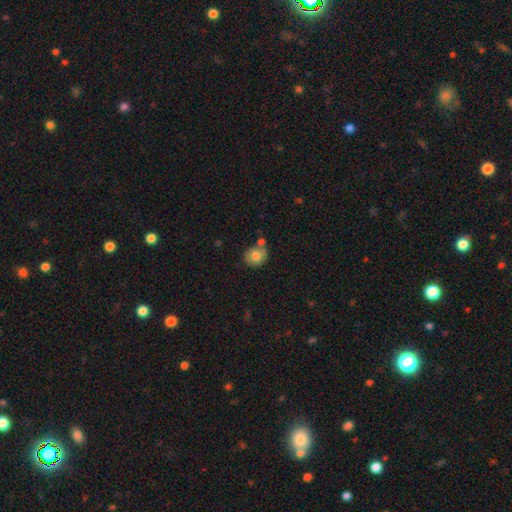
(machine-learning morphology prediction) Smooth or featured? Predicted: smooth (p=0.76). How rounded? Predicted: round (p=0.75). Merging? Predicted: none (p=0.60).